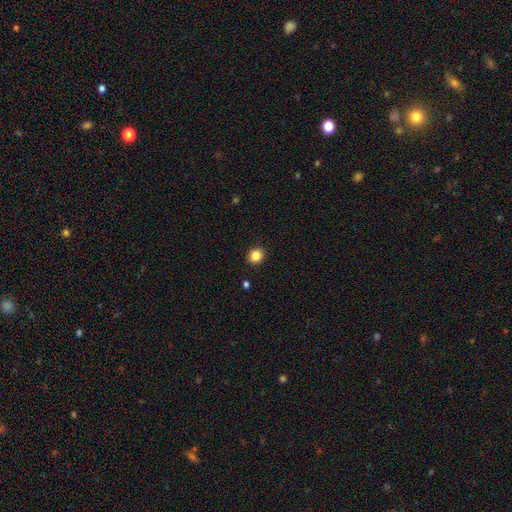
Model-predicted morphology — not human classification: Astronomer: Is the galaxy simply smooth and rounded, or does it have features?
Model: smooth — 86%.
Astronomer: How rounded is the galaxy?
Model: round — 81%.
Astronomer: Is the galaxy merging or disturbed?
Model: none — 91%.